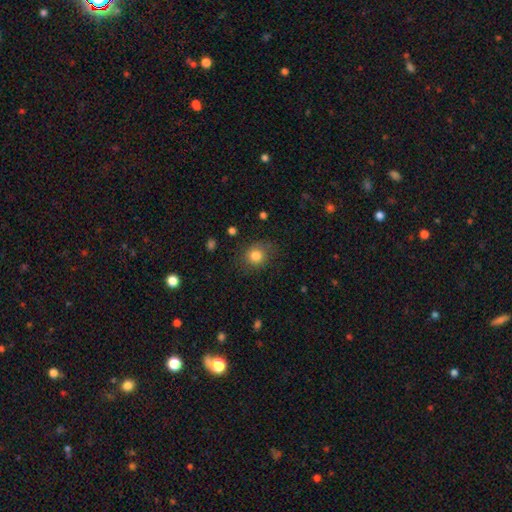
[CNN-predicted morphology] A smooth galaxy with no disk features (82%) that is round (72%).

Vote fractions:
- Smooth or featured? smooth: 82% / star or artifact: 11% / featured or disk: 8%
- How rounded? round: 72% / in between: 27% / cigar-shaped: 1%
- Merging? none: 77% / minor disturbance: 16% / major disturbance: 5% / merger: 1%